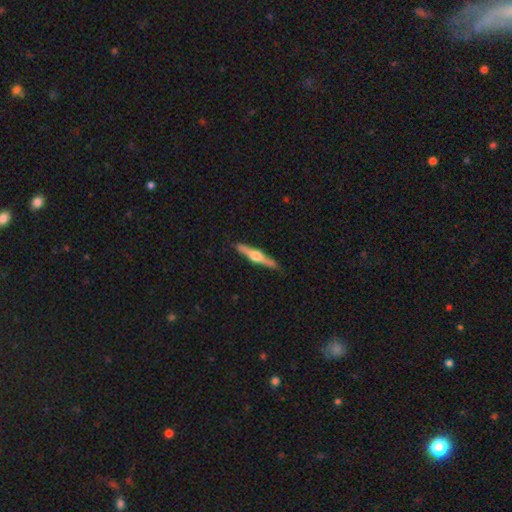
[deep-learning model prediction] A featured or disk galaxy (71%) viewed edge-on (98%) with a rounded central bulge (93%).

Vote fractions:
- Smooth or featured? featured or disk: 71% / smooth: 24% / star or artifact: 5%
- Edge-on disk? yes: 98% / no: 2%
- Edge-on bulge? rounded: 93% / boxy: 5% / none: 2%
- Merging? none: 90% / minor disturbance: 7% / major disturbance: 1% / merger: 1%